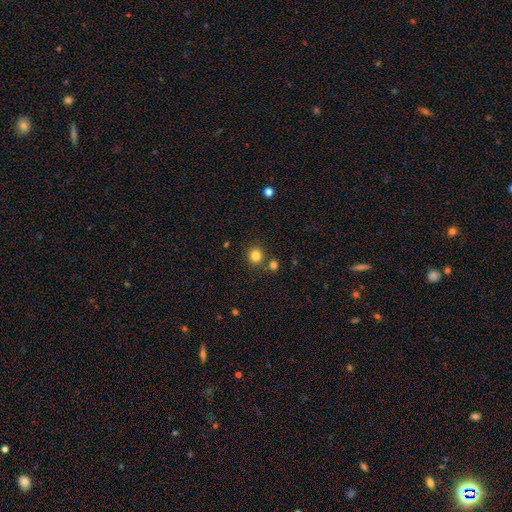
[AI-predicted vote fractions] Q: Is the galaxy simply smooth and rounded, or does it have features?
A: smooth — 82%.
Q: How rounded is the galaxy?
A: round — 89%.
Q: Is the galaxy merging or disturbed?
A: none — 79%.